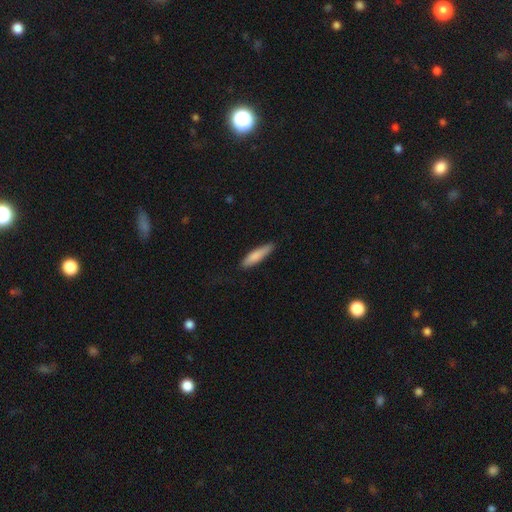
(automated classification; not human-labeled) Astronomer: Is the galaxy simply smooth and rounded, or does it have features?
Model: smooth — 82%.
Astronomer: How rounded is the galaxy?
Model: cigar-shaped — 76%.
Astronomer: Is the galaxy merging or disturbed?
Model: none — 83%.